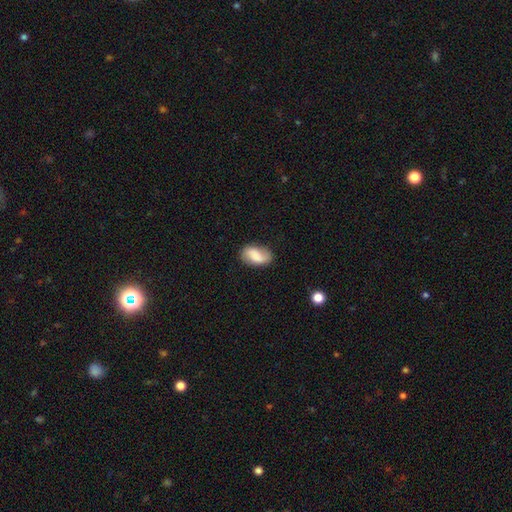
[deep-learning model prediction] Smooth or featured?
  - smooth: 70% *
  - featured or disk: 23%
  - star or artifact: 7%
How rounded?
  - in between: 92% *
  - round: 6%
  - cigar-shaped: 2%
Merging?
  - none: 71% *
  - minor disturbance: 22%
  - major disturbance: 6%
  - merger: 2%